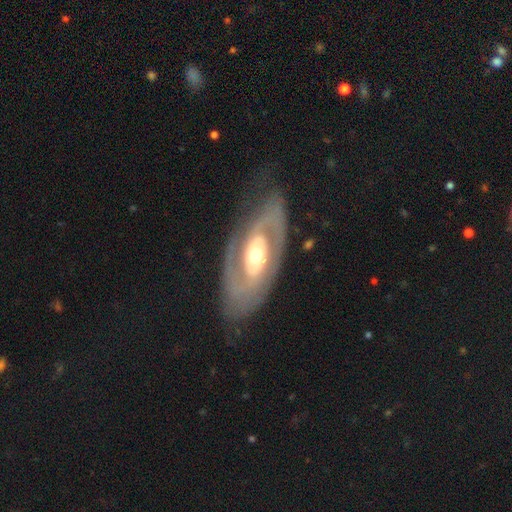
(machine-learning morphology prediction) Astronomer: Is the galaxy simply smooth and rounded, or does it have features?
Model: featured or disk — 86%.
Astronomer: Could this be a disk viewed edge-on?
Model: no — 94%.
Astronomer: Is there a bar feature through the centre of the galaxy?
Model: no — 51% (runner-up: weak, 29%).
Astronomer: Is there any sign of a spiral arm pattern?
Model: yes — 88%.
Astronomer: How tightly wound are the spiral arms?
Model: tight — 45% (runner-up: medium, 41%).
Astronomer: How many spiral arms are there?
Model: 2 — 82%.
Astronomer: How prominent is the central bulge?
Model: moderate — 59%.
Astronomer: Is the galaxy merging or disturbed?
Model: none — 75%.